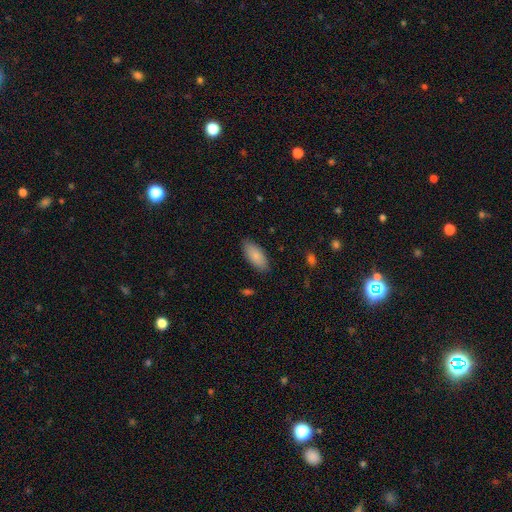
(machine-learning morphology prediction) A smooth galaxy with no disk features (84%) that is in between round and cigar-shaped (90%).

Vote fractions:
- Smooth or featured? smooth: 84% / featured or disk: 10% / star or artifact: 6%
- How rounded? in between: 90% / cigar-shaped: 8% / round: 2%
- Merging? none: 86% / minor disturbance: 11% / major disturbance: 2% / merger: 1%